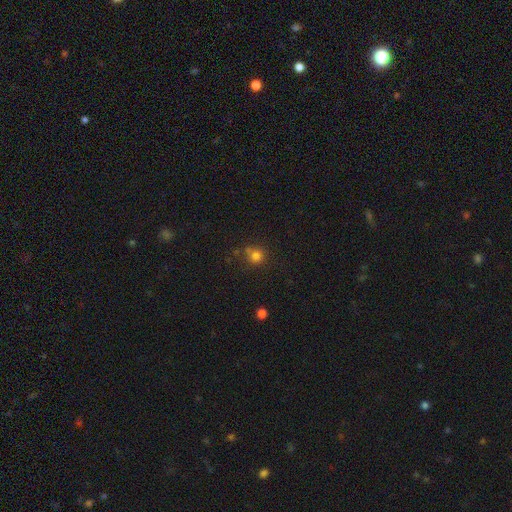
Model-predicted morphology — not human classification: smooth-or-featured: smooth: 77% | star or artifact: 16% | featured or disk: 7%
  how-rounded: round: 90% | in between: 9% | cigar-shaped: 1%
  merging: none: 66% | merger: 16% | minor disturbance: 13% | major disturbance: 5%